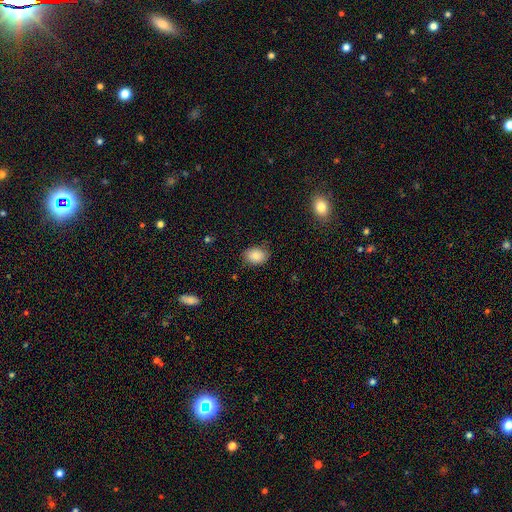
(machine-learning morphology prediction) smooth_or_featured: smooth (p=0.85) [alt: star or artifact p=0.09]
how_rounded: in between (p=0.71) [alt: round p=0.28]
merging: none (p=0.81) [alt: minor disturbance p=0.15]